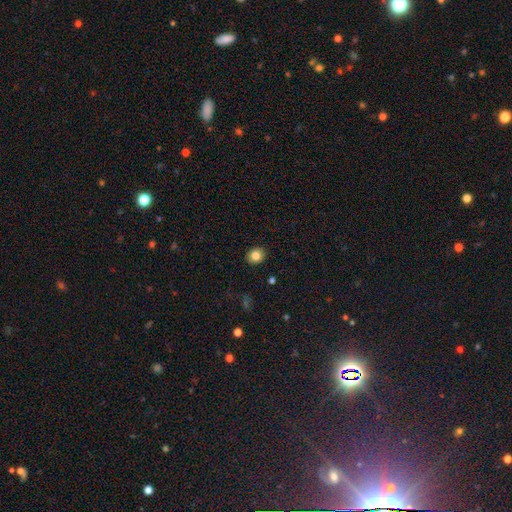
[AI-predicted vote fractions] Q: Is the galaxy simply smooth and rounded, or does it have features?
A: smooth — 83%.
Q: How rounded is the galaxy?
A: round — 67%.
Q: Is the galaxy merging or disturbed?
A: none — 91%.